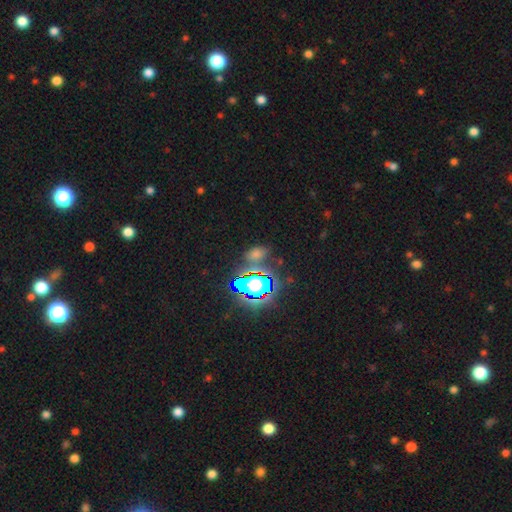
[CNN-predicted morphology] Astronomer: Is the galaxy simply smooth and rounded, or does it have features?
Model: star or artifact — 62%.